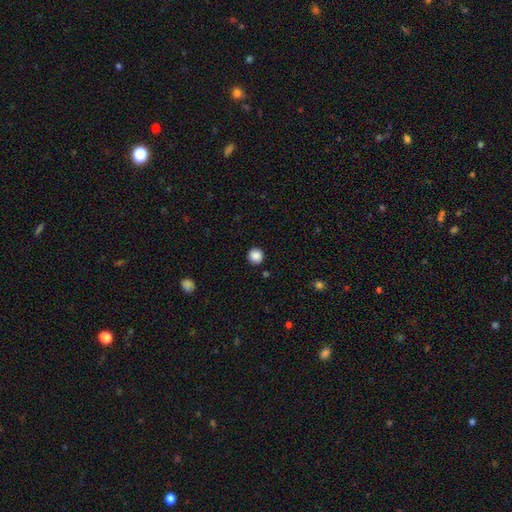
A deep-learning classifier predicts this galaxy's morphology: Overall: smooth (88%). How rounded: round (94%). Merging: none (91%).